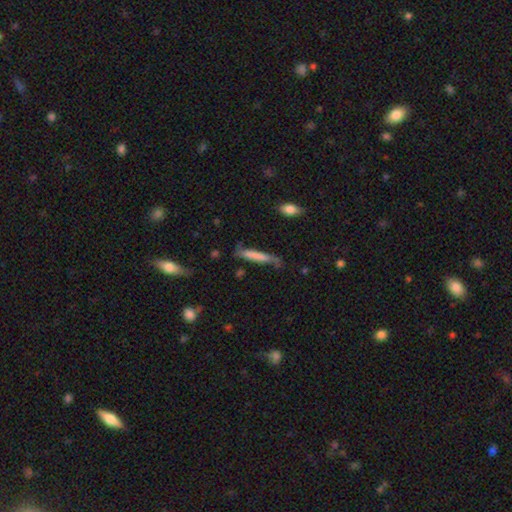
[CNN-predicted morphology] A smooth galaxy with no disk features (70%) that is cigar-shaped (92%). Merging: none (59%).